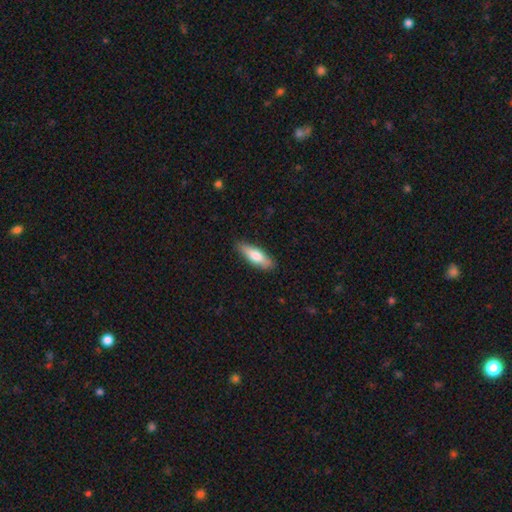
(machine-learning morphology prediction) Q: Smooth or featured?
A: smooth (67%); runner-up: featured or disk (27%)
Q: How rounded?
A: cigar-shaped (52%); runner-up: in between (45%)
Q: Merging?
A: none (87%); runner-up: minor disturbance (10%)